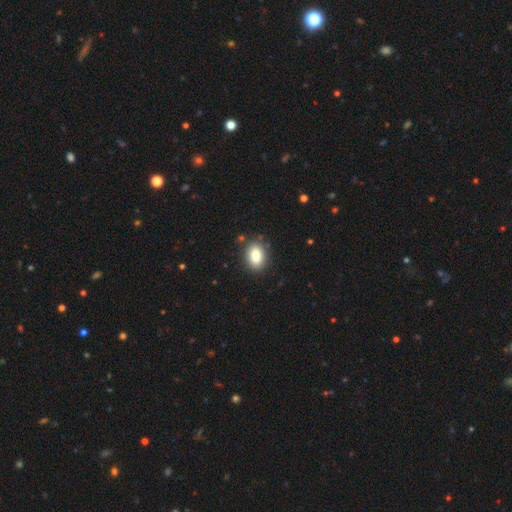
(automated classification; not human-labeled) A smooth galaxy with no disk features (84%) that is in between round and cigar-shaped (79%).

Vote fractions:
- Smooth or featured? smooth: 84% / star or artifact: 9% / featured or disk: 8%
- How rounded? in between: 79% / round: 20% / cigar-shaped: 1%
- Merging? none: 86% / minor disturbance: 10% / major disturbance: 3% / merger: 2%